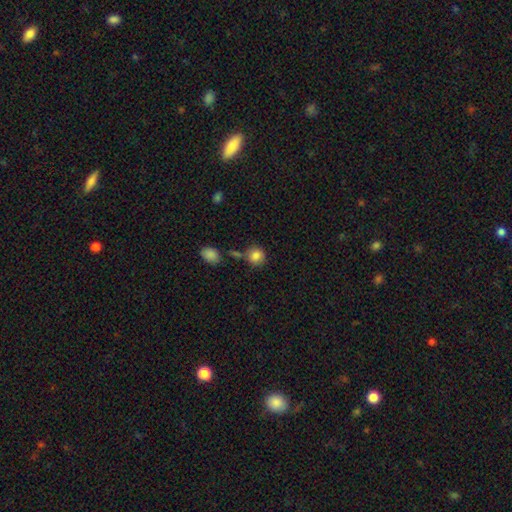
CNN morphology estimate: type=smooth (85%); roundness=round (85%); merging=none (69%).